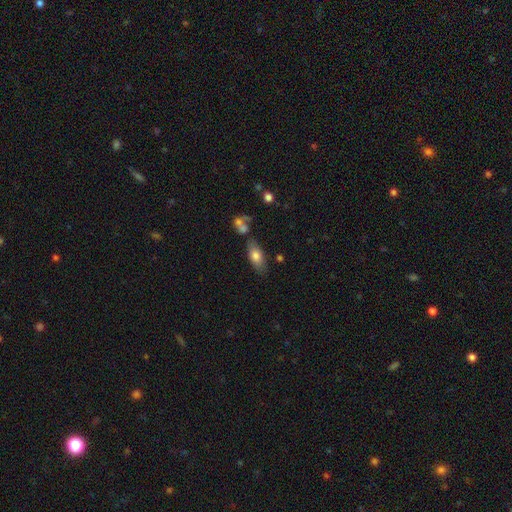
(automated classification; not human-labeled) Smooth or featured? Predicted: smooth (p=0.75). How rounded? Predicted: in between (p=0.84). Merging? Predicted: none (p=0.67).